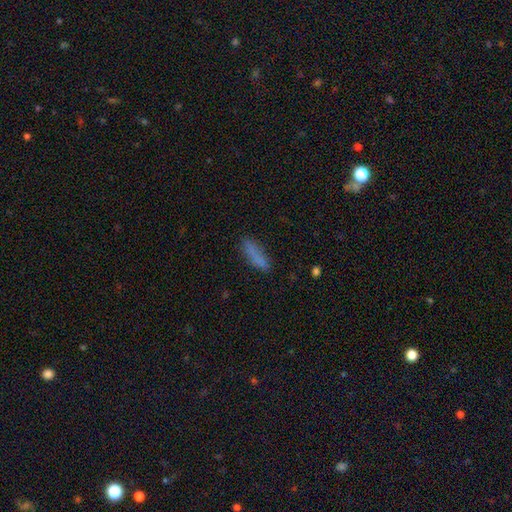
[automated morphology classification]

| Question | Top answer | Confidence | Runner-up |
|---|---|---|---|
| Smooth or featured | smooth | 79% | featured or disk (11%) |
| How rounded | cigar-shaped | 69% | in between (29%) |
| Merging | none | 76% | minor disturbance (16%) |